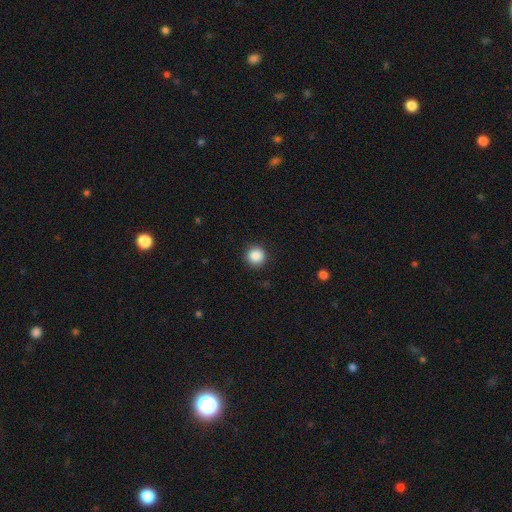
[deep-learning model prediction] Morphology: type=smooth (88%); roundness=round (95%); merging=none (92%).